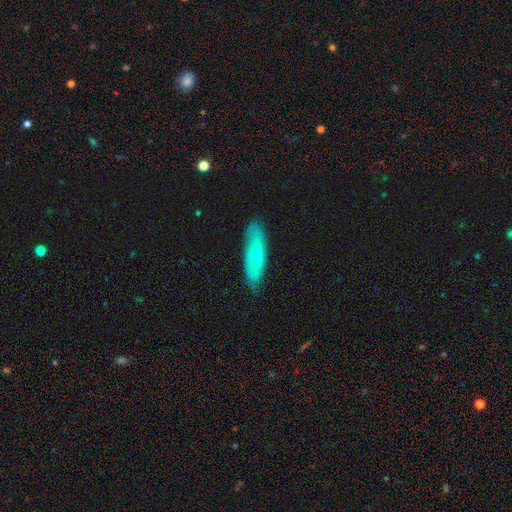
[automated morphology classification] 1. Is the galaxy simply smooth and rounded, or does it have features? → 51% smooth, 43% featured or disk, 6% star or artifact.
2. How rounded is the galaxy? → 52% in between, 46% cigar-shaped, 2% round.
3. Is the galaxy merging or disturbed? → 75% none, 20% minor disturbance, 4% major disturbance, 1% merger.